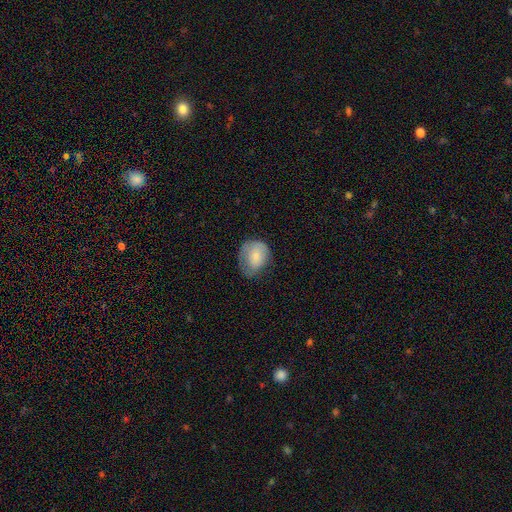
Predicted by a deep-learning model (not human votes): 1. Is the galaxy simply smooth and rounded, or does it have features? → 74% smooth, 19% featured or disk, 7% star or artifact.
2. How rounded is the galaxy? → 51% in between, 48% round, 1% cigar-shaped.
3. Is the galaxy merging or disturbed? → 42% none, 36% minor disturbance, 21% major disturbance, 1% merger.